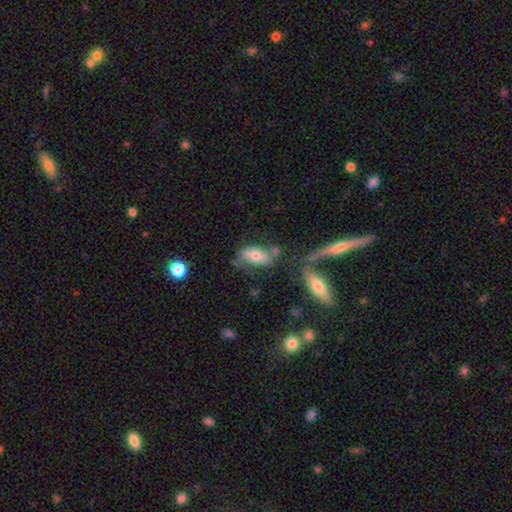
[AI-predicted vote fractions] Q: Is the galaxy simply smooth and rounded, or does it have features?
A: smooth — 53%.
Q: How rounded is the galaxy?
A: in between — 87%.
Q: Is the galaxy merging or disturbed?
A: none — 42%.